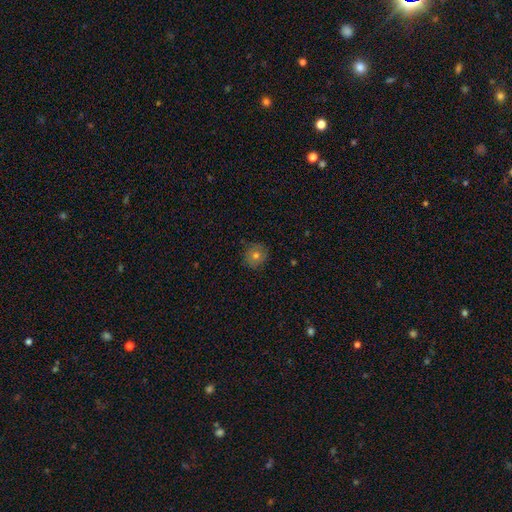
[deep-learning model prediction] smooth_or_featured: smooth (p=0.65) [alt: featured or disk p=0.21]
how_rounded: round (p=0.90) [alt: in between p=0.09]
merging: none (p=0.85) [alt: minor disturbance p=0.11]